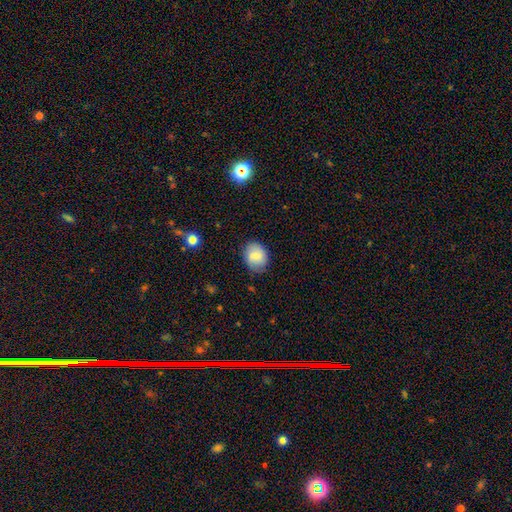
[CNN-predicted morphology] Smooth or featured? smooth (77%)
How rounded? in between (52%)
Merging? none (78%)